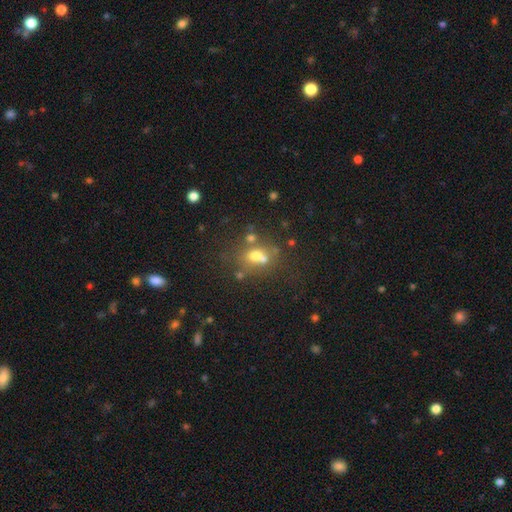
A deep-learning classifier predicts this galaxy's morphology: type=smooth (59%); roundness=round (67%); merging=none (43%).